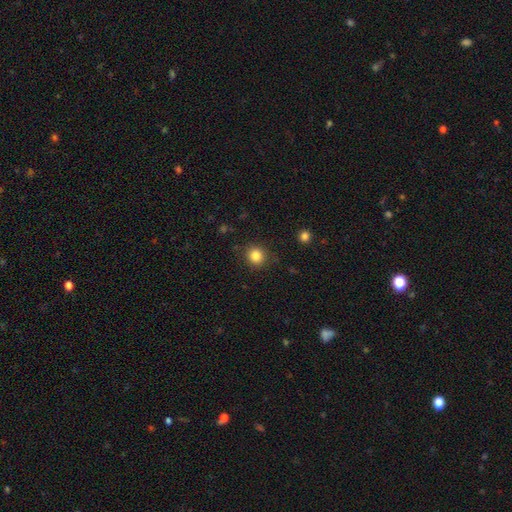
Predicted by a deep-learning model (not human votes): This appears to be a smooth galaxy with no disk features (84%) that is round (88%). Merging: none (88%).